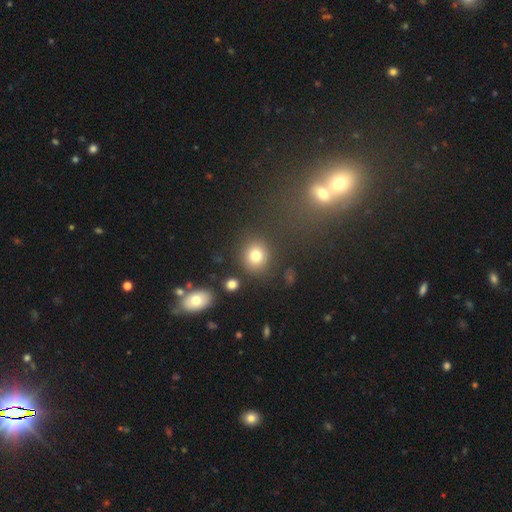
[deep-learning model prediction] Q: Smooth or featured?
A: smooth (78%); runner-up: star or artifact (13%)
Q: How rounded?
A: round (82%); runner-up: in between (17%)
Q: Merging?
A: none (82%); runner-up: minor disturbance (9%)